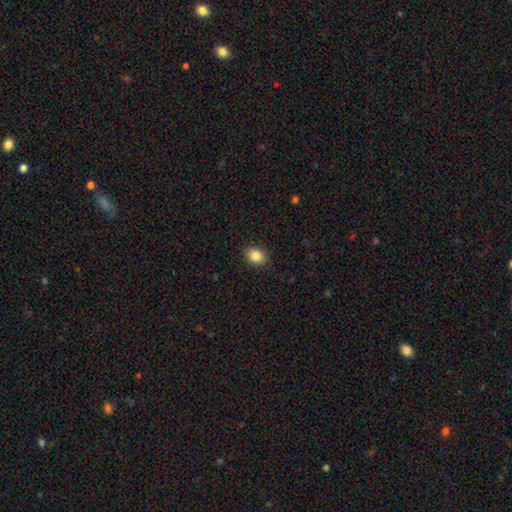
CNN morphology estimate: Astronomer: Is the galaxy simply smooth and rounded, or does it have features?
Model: smooth — 85%.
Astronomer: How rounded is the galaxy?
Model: in between — 69%.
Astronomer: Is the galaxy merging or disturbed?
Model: none — 88%.